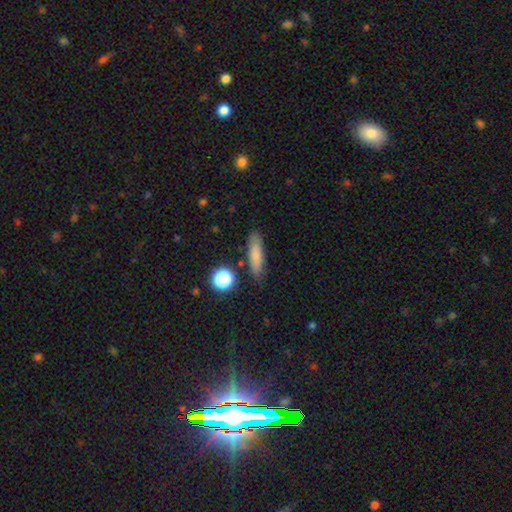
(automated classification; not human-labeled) Smooth or featured? smooth (78%)
How rounded? cigar-shaped (67%)
Merging? none (83%)